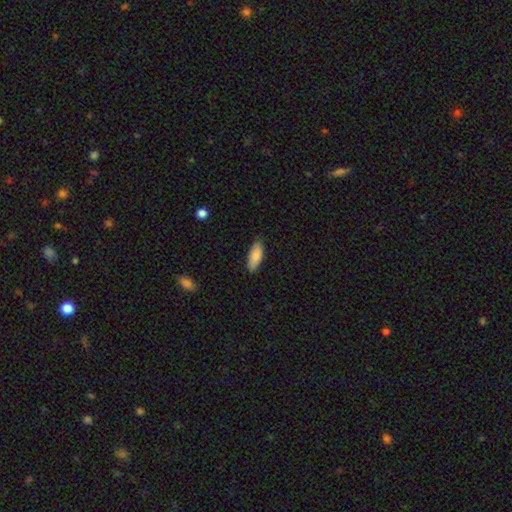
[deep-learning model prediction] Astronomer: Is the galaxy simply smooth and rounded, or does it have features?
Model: smooth — 86%.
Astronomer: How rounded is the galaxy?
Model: in between — 71%.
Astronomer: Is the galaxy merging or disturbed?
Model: none — 84%.